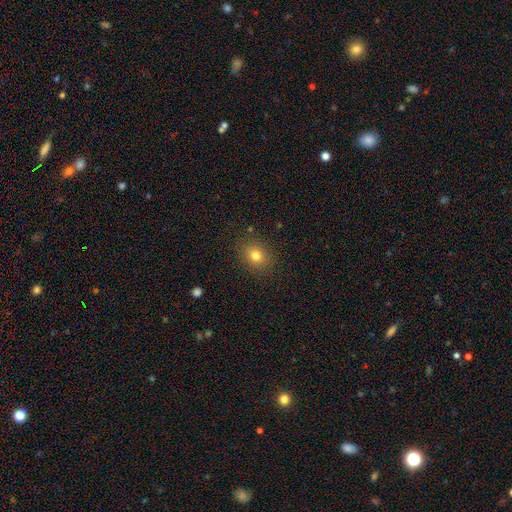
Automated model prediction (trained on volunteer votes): smooth-or-featured: smooth: 79% | star or artifact: 13% | featured or disk: 9%
  how-rounded: round: 58% | in between: 41% | cigar-shaped: 1%
  merging: none: 87% | minor disturbance: 9% | major disturbance: 3% | merger: 1%